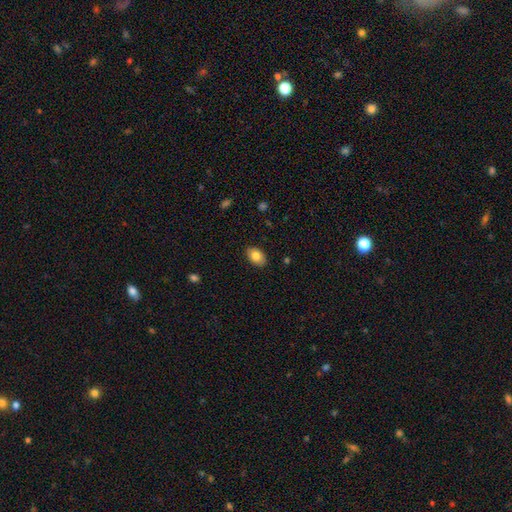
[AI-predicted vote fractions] Smooth or featured? Predicted: smooth (p=0.82). How rounded? Predicted: in between (p=0.86). Merging? Predicted: none (p=0.88).